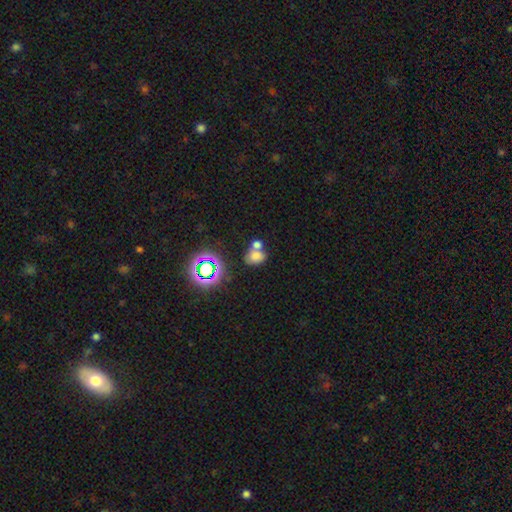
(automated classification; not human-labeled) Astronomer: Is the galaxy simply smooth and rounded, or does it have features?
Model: smooth — 69%.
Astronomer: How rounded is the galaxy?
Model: in between — 59% (runner-up: round, 39%).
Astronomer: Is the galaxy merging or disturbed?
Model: merger — 44% (runner-up: none, 39%).